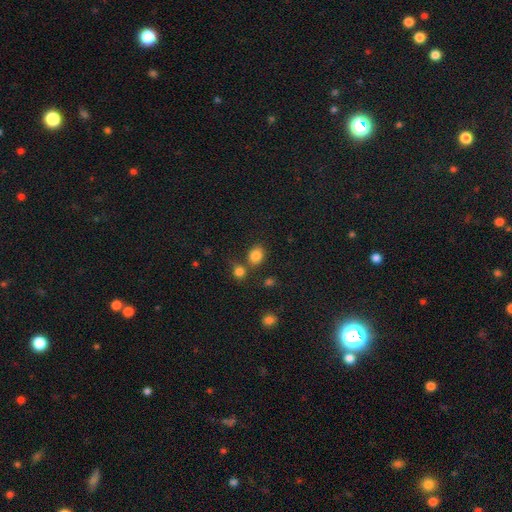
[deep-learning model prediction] This is clearly a smooth galaxy (84%). How rounded: possibly round (50%). Merging: likely none (66%).